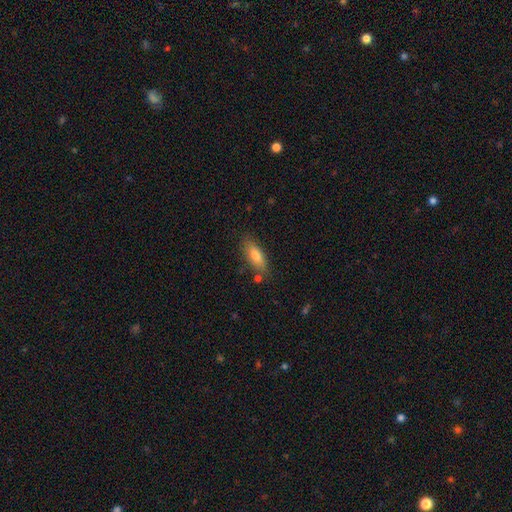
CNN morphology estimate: smooth 78%, featured or disk 15%, star or artifact 7%. Down the decision tree: how rounded — in between (70%); merging — none (78%).